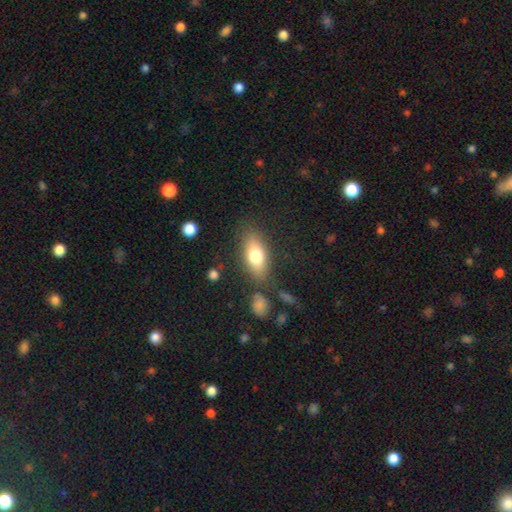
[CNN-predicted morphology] A smooth galaxy with no disk features (73%) that is in between round and cigar-shaped (80%). Merging: none (78%).